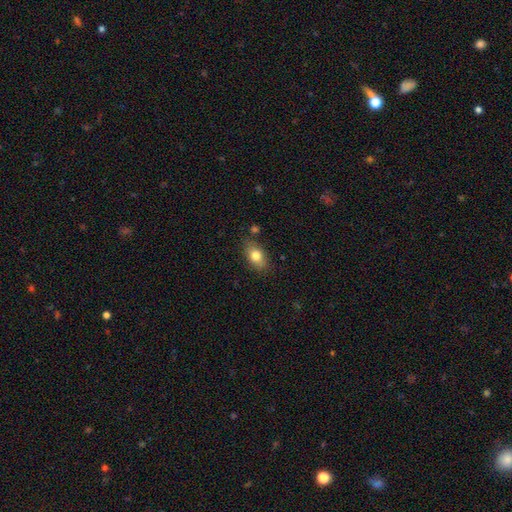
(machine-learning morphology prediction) smooth-or-featured: smooth: 79% | featured or disk: 13% | star or artifact: 8%
  how-rounded: in between: 83% | round: 13% | cigar-shaped: 4%
  merging: none: 78% | minor disturbance: 15% | merger: 4% | major disturbance: 3%